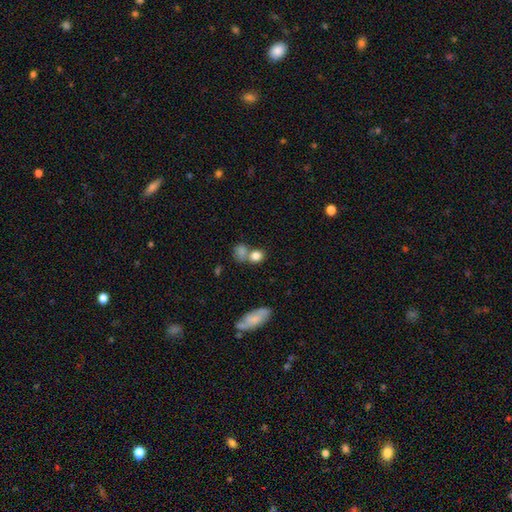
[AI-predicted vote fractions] Smooth or featured? smooth (81%)
How rounded? round (65%)
Merging? none (45%)